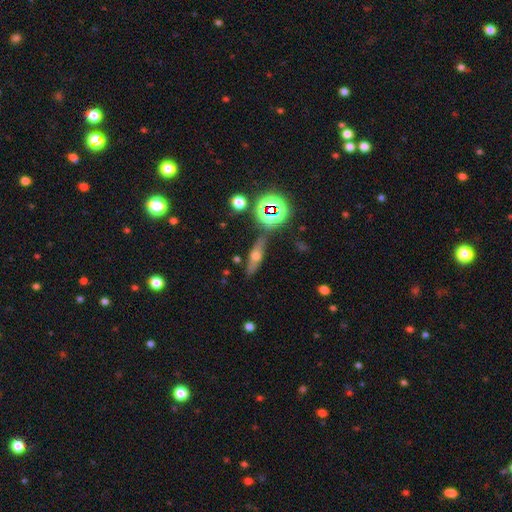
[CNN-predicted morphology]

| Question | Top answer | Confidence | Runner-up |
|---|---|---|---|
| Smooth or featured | featured or disk | 42% | smooth (39%) |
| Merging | none | 78% | minor disturbance (12%) |